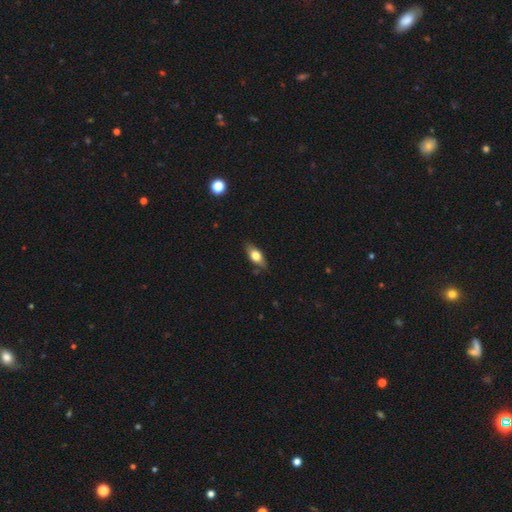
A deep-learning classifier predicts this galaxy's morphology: A smooth galaxy with no disk features (67%) that is in between round and cigar-shaped (81%).

Vote fractions:
- Smooth or featured? smooth: 67% / featured or disk: 26% / star or artifact: 7%
- How rounded? in between: 81% / cigar-shaped: 14% / round: 6%
- Merging? none: 78% / minor disturbance: 17% / major disturbance: 3% / merger: 1%